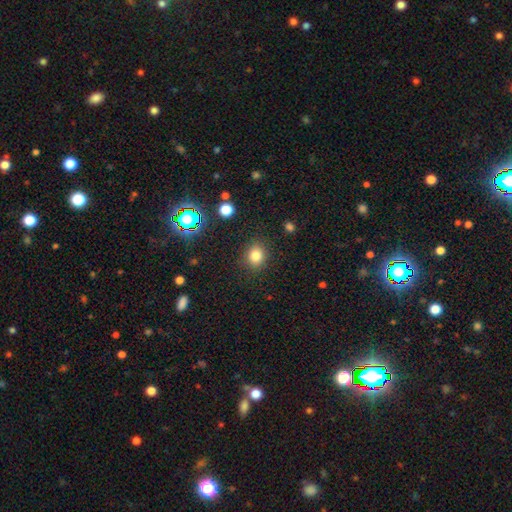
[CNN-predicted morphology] A smooth galaxy with no disk features (80%) that is round (70%). Merging: none (87%).